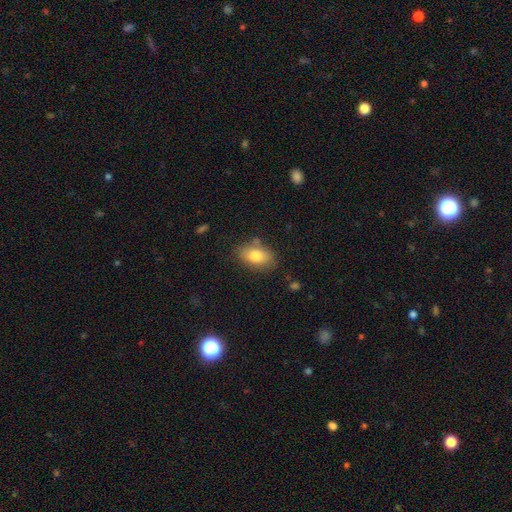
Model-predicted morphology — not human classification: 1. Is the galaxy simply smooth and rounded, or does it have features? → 79% smooth, 13% featured or disk, 8% star or artifact.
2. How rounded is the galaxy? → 87% in between, 11% round, 2% cigar-shaped.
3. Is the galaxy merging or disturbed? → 73% none, 19% minor disturbance, 4% major disturbance, 4% merger.